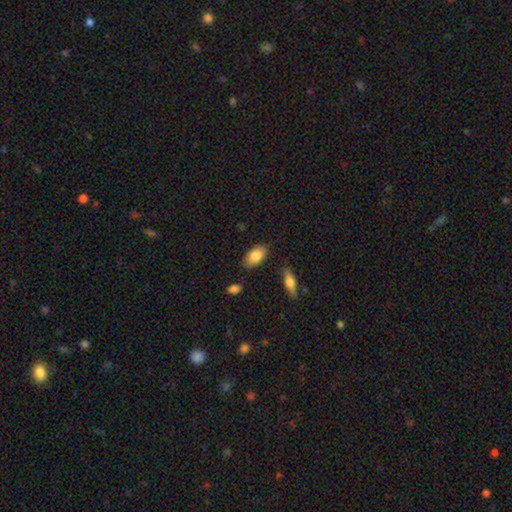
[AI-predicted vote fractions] This is clearly a smooth galaxy (81%). How rounded: clearly in between (92%). Merging: clearly none (80%).